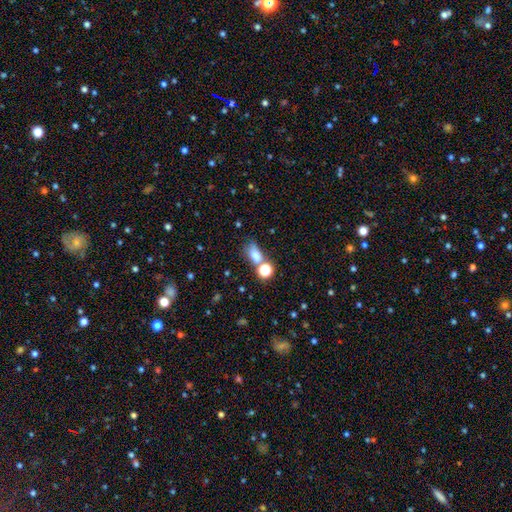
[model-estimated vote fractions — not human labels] smooth-or-featured: smooth: 71% | star or artifact: 18% | featured or disk: 11%
  how-rounded: in between: 74% | round: 22% | cigar-shaped: 4%
  merging: none: 44% | merger: 31% | minor disturbance: 15% | major disturbance: 10%